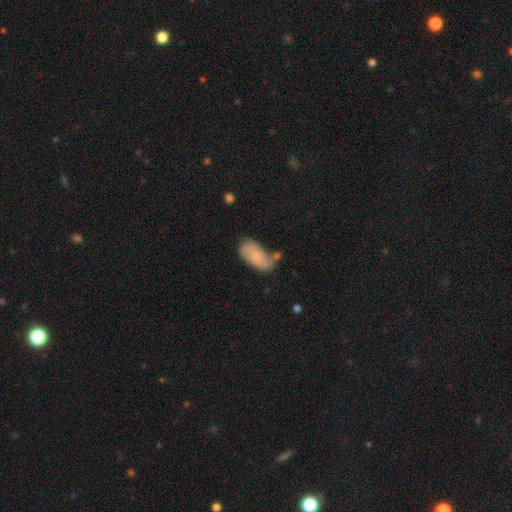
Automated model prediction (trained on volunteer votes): smooth-or-featured: smooth: 68% | featured or disk: 24% | star or artifact: 7%
  how-rounded: in between: 92% | cigar-shaped: 5% | round: 3%
  merging: none: 47% | minor disturbance: 28% | merger: 15% | major disturbance: 10%